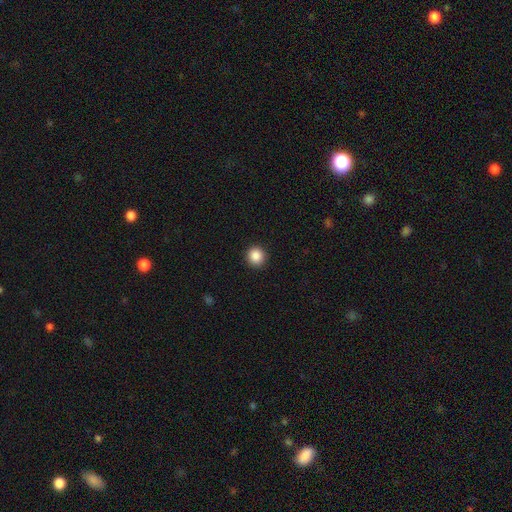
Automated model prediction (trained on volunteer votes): Morphology: type=smooth (88%); roundness=round (91%); merging=none (92%).